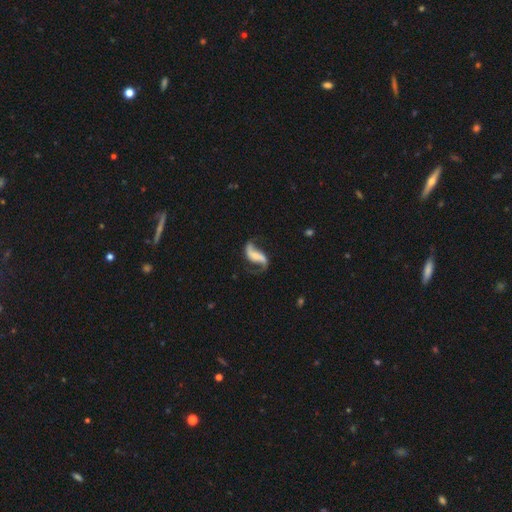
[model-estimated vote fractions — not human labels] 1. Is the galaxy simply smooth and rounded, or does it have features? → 84% featured or disk, 10% smooth, 6% star or artifact.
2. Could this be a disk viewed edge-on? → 96% no, 4% yes.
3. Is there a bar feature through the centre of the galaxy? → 35% no, 33% strong, 32% weak.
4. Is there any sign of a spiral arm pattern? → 95% yes, 5% no.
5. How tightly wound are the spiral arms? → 78% loose, 18% medium, 4% tight.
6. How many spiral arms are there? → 90% 2, 5% 1, 2% can't tell, 1% 3, 1% 4, 1% more than 4.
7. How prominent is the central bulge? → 46% small, 24% moderate, 23% none, 5% large, 2% dominant.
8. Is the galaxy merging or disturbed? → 66% none, 17% minor disturbance, 14% major disturbance, 3% merger.